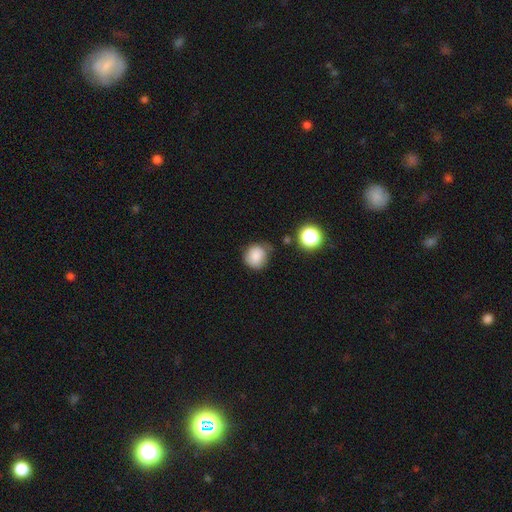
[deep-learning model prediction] Overall: smooth (84%). How rounded: round (85%). Merging: none (68%).